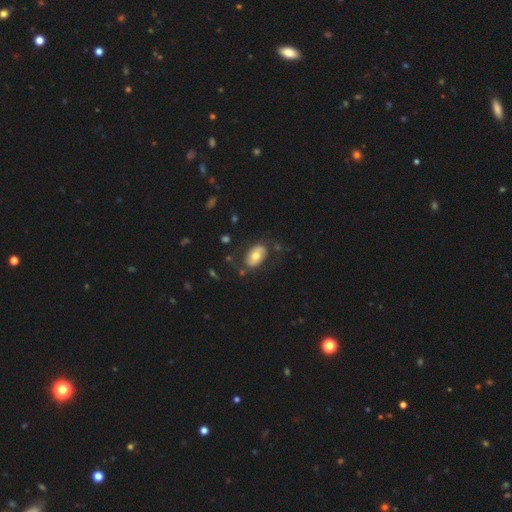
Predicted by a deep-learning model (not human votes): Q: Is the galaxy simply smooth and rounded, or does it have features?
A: smooth — 52%.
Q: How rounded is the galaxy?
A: in between — 89%.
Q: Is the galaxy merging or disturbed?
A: none — 66%.